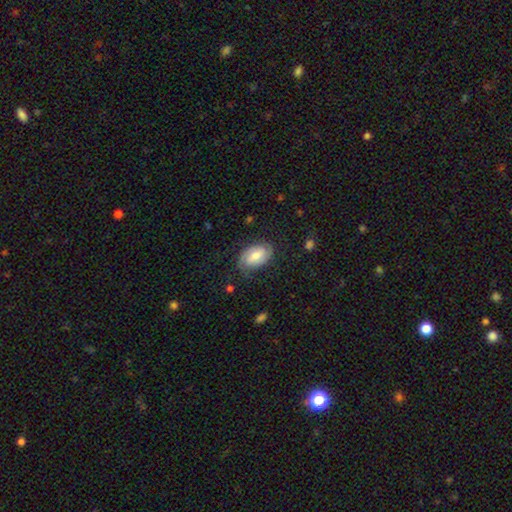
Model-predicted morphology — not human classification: Q: Smooth or featured?
A: featured or disk (47%); runner-up: smooth (45%)
Q: Merging?
A: none (72%); runner-up: minor disturbance (19%)